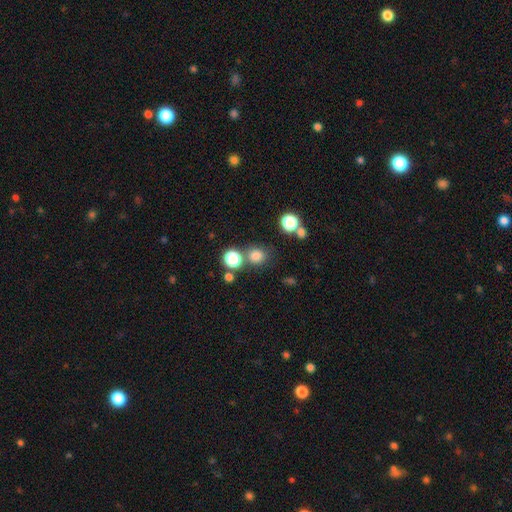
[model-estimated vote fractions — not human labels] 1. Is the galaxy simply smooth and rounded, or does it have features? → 78% smooth, 16% star or artifact, 6% featured or disk.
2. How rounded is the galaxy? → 85% round, 14% in between, 1% cigar-shaped.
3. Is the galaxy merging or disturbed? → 72% none, 14% merger, 10% minor disturbance, 4% major disturbance.